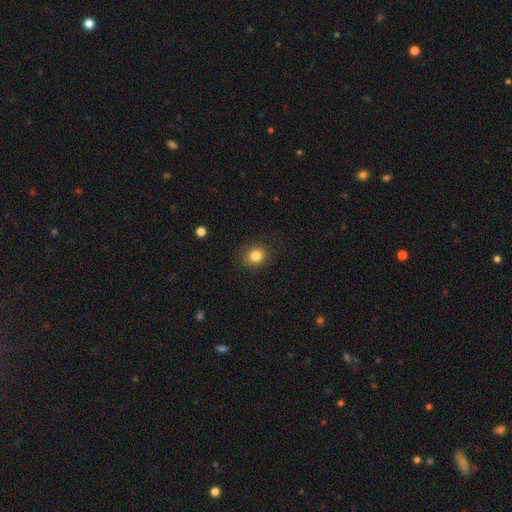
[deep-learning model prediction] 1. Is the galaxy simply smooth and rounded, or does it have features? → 84% smooth, 10% star or artifact, 6% featured or disk.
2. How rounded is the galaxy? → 69% round, 30% in between, 1% cigar-shaped.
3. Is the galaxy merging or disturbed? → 87% none, 9% minor disturbance, 3% major disturbance, 1% merger.